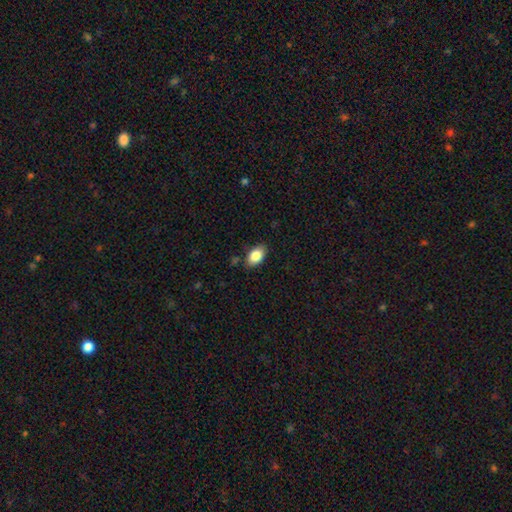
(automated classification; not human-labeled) smooth-or-featured: smooth: 85% | star or artifact: 8% | featured or disk: 7%
  how-rounded: in between: 89% | round: 9% | cigar-shaped: 2%
  merging: none: 83% | minor disturbance: 13% | major disturbance: 3% | merger: 2%